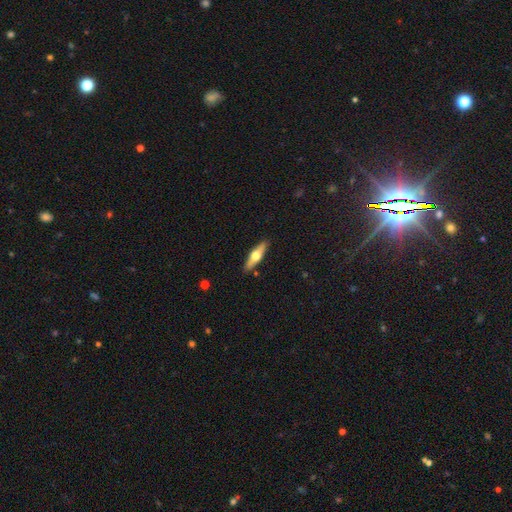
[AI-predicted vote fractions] This appears to be a featured or disk galaxy (57%) viewed edge-on (94%) with a rounded central bulge (95%). Merging: none (90%).